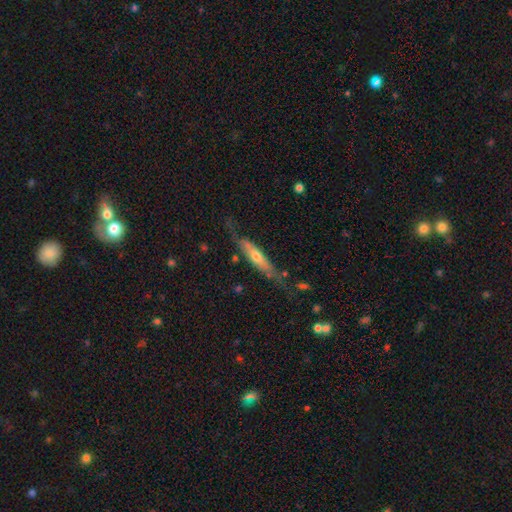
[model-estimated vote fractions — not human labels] Smooth or featured? featured or disk (56%)
Edge-on disk? yes (75%)
Merging? none (61%)